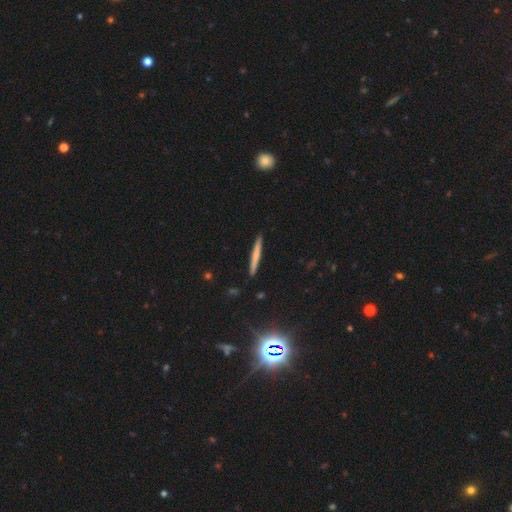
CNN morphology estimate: A smooth galaxy with no disk features (62%) that is cigar-shaped (96%). Merging: none (91%).